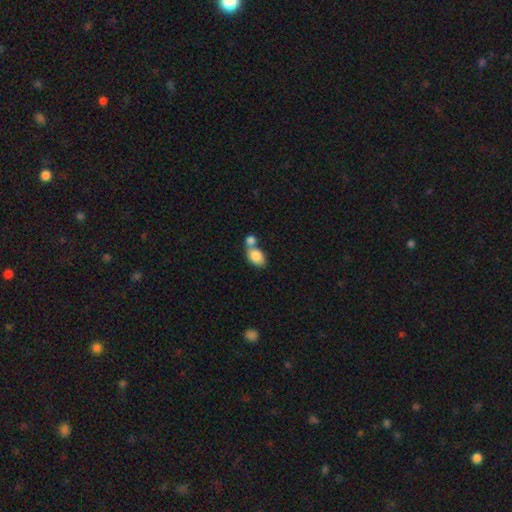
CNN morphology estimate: Q: Smooth or featured?
A: smooth (85%); runner-up: featured or disk (9%)
Q: How rounded?
A: in between (83%); runner-up: round (16%)
Q: Merging?
A: merger (55%); runner-up: none (31%)